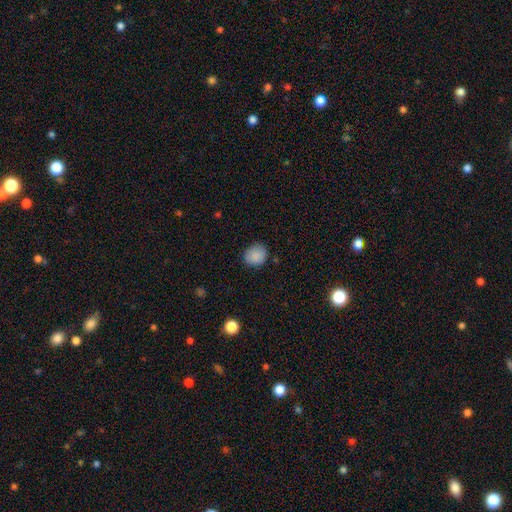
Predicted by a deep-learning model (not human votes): Overall: smooth (88%). How rounded: round (71%). Merging: none (85%).